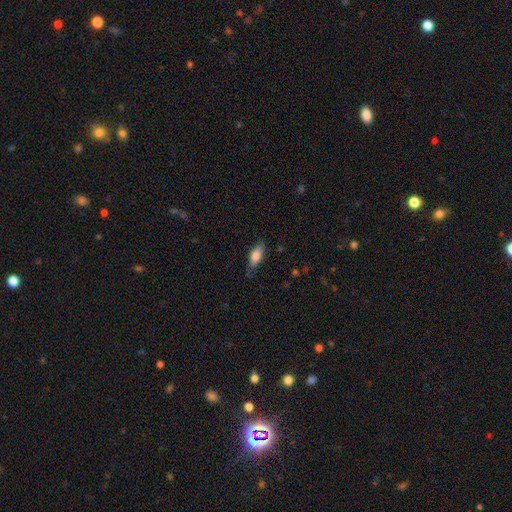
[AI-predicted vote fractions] A smooth galaxy with no disk features (77%) that is in between round and cigar-shaped (70%).

Vote fractions:
- Smooth or featured? smooth: 77% / featured or disk: 16% / star or artifact: 6%
- How rounded? in between: 70% / cigar-shaped: 28% / round: 2%
- Merging? none: 76% / minor disturbance: 19% / major disturbance: 4% / merger: 1%